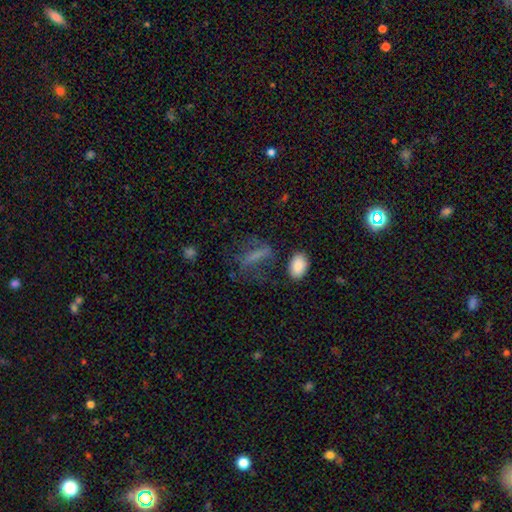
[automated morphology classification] Overall: smooth (55%; featured or disk 27%). How rounded: in between (46%; cigar-shaped 41%). Merging: none (53%; major disturbance 22%).